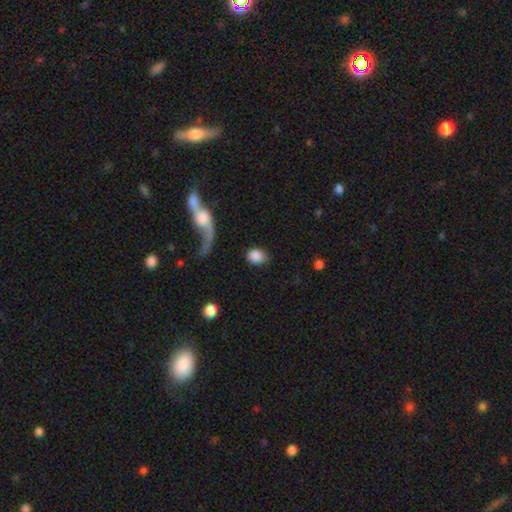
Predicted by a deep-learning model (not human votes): Smooth or featured? Predicted: smooth (p=0.82). How rounded? Predicted: in between (p=0.59). Merging? Predicted: none (p=0.67).